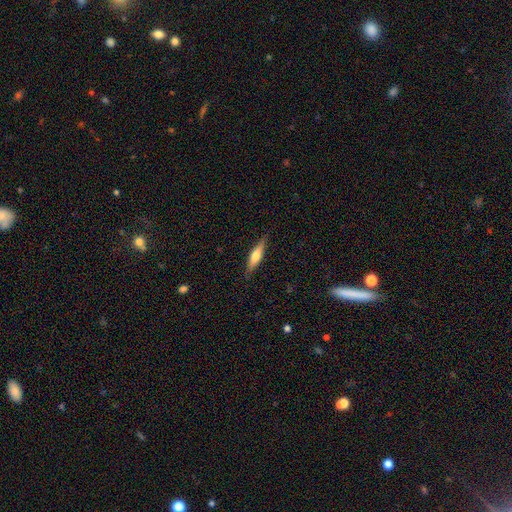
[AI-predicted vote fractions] Smooth or featured? smooth (50%)
How rounded? cigar-shaped (75%)
Merging? none (86%)